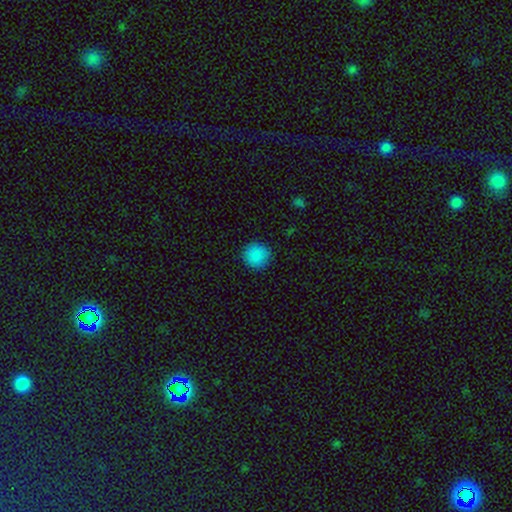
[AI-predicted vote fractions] smooth_or_featured: smooth (p=0.88) [alt: star or artifact p=0.09]
how_rounded: round (p=0.94) [alt: in between p=0.05]
merging: none (p=0.91) [alt: minor disturbance p=0.06]